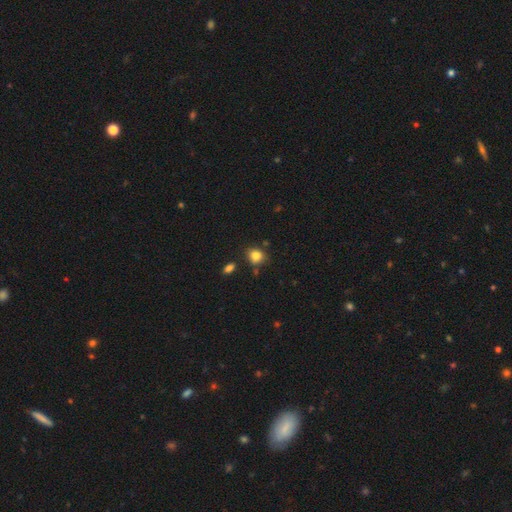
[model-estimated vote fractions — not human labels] Morphology: type=smooth (83%); roundness=round (66%); merging=none (75%).